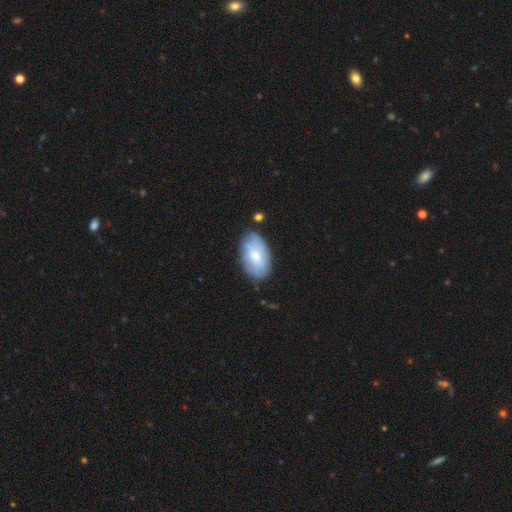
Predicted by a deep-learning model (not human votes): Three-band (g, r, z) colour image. It shows a smooth galaxy with no disk features (61%) that is in between round and cigar-shaped (93%). Merging: none (74%).